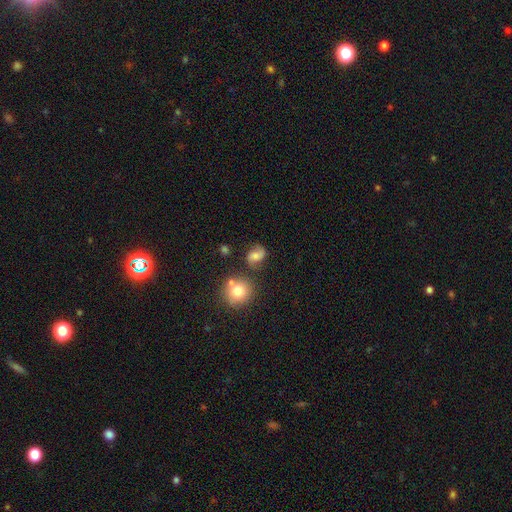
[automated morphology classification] Smooth or featured? Predicted: featured or disk (p=0.47). Merging? Predicted: none (p=0.67).